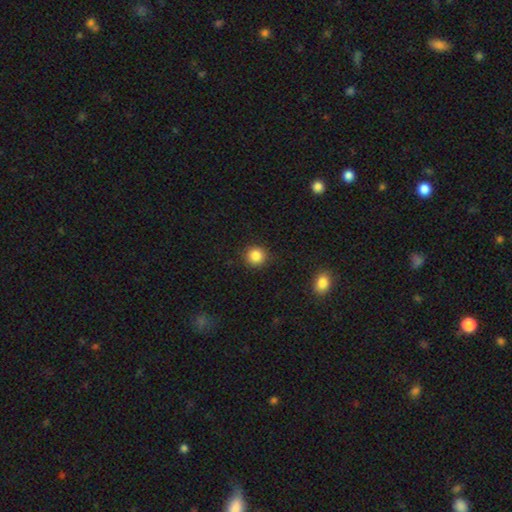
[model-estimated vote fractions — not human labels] A smooth galaxy with no disk features (86%) that is round (93%). Merging: none (90%).